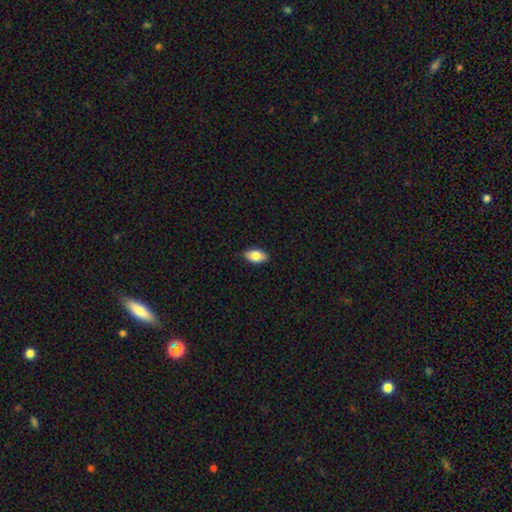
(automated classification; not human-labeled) Smooth or featured?
  - smooth: 81% *
  - featured or disk: 12%
  - star or artifact: 7%
How rounded?
  - in between: 91% *
  - round: 5%
  - cigar-shaped: 4%
Merging?
  - none: 85% *
  - minor disturbance: 12%
  - major disturbance: 2%
  - merger: 1%